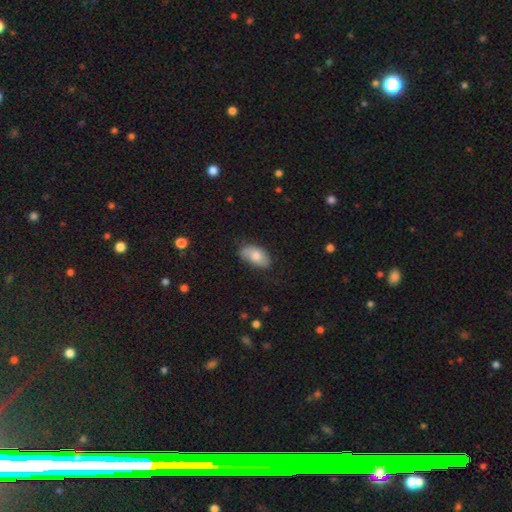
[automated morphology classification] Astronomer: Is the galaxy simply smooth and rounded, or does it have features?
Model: smooth — 73%.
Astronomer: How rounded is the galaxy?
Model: in between — 93%.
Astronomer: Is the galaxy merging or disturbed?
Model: none — 69%.